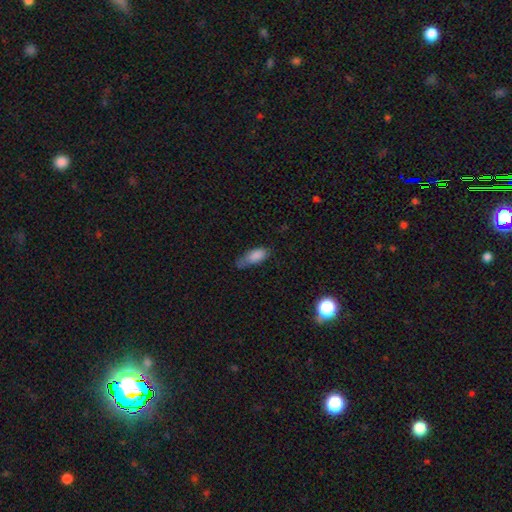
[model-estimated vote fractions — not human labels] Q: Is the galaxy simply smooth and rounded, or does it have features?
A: smooth — 83%.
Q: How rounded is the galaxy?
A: in between — 78%.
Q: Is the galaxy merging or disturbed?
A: none — 44%.